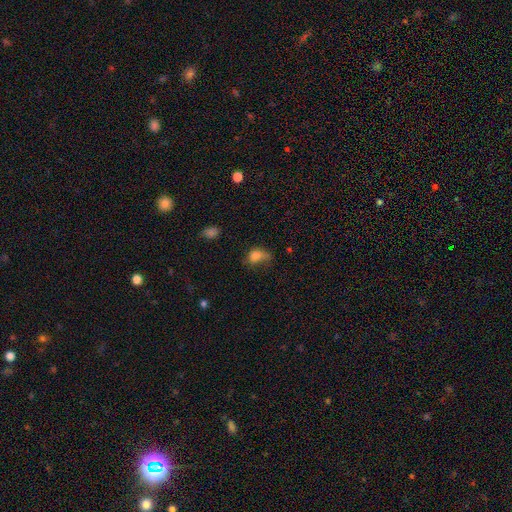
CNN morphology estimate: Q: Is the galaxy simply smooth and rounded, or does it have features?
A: smooth — 78%.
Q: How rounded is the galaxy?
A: in between — 73%.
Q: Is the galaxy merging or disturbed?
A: minor disturbance — 33%, tied with major disturbance.